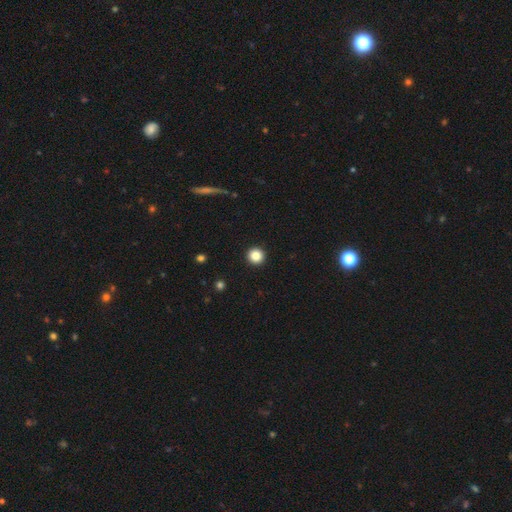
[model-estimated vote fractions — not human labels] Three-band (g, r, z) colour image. It shows a smooth galaxy with no disk features (85%) that is round (96%). Merging: none (94%).